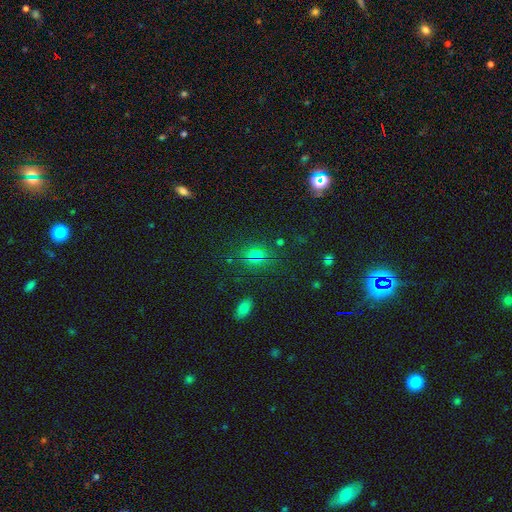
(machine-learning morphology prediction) Overall: smooth (59%; star or artifact 31%). How rounded: in between (52%; round 45%). Merging: none (79%).